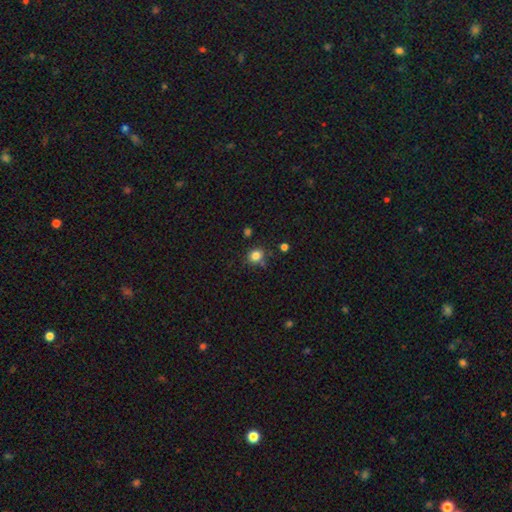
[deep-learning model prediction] Smooth or featured? Predicted: smooth (p=0.82). How rounded? Predicted: round (p=0.80). Merging? Predicted: none (p=0.77).